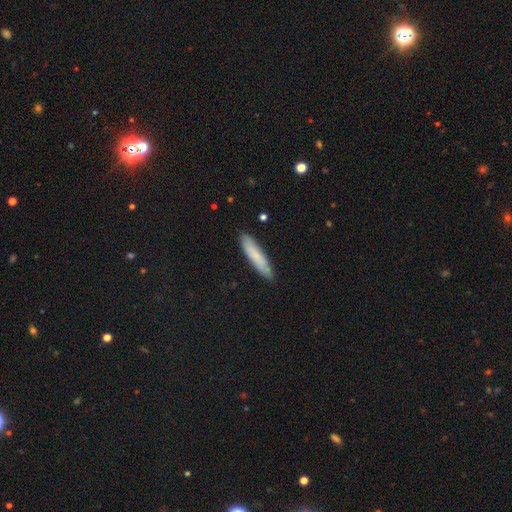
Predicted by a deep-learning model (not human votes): A smooth galaxy with no disk features (78%) that is cigar-shaped (84%).

Vote fractions:
- Smooth or featured? smooth: 78% / featured or disk: 16% / star or artifact: 7%
- How rounded? cigar-shaped: 84% / in between: 15% / round: 1%
- Merging? none: 87% / minor disturbance: 10% / major disturbance: 2% / merger: 1%